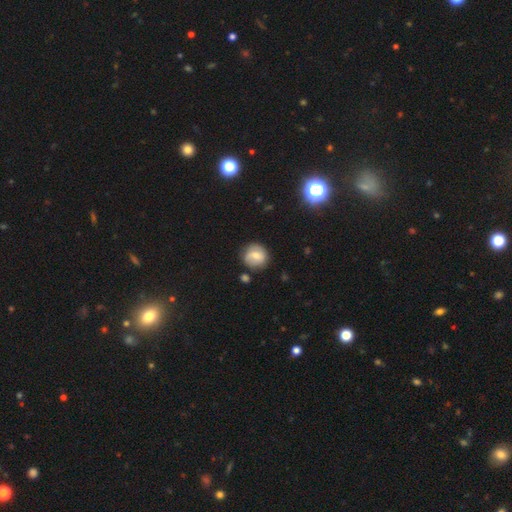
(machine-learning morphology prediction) Smooth or featured: smooth — 62% (featured or disk — 29%)
How rounded: round — 89% (in between — 10%)
Merging: none — 79% (minor disturbance — 14%)